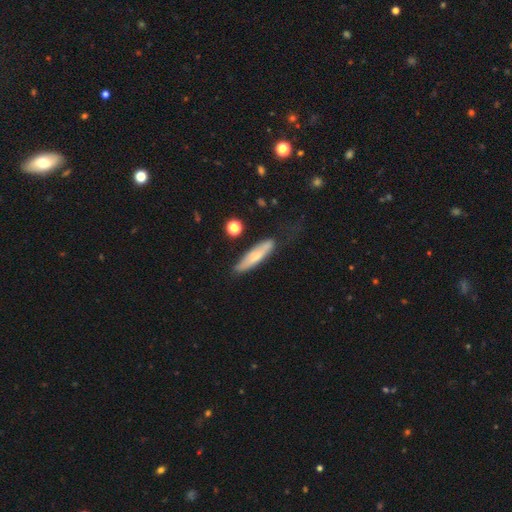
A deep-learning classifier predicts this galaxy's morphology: smooth_or_featured: smooth (p=0.61) [alt: featured or disk p=0.32]
how_rounded: cigar-shaped (p=0.78) [alt: in between p=0.20]
merging: none (p=0.67) [alt: minor disturbance p=0.23]